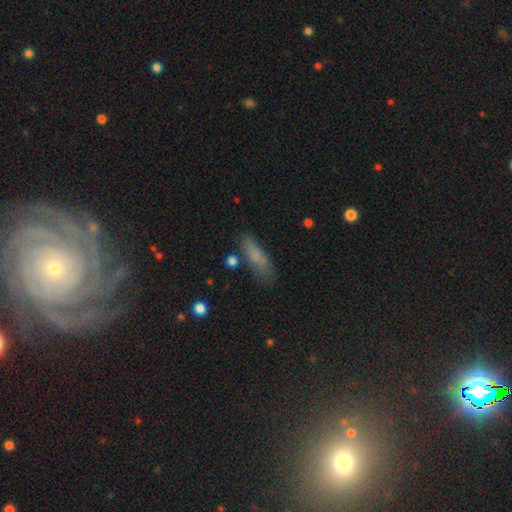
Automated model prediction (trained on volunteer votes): A smooth galaxy with no disk features (76%) that is cigar-shaped (51%).

Vote fractions:
- Smooth or featured? smooth: 76% / featured or disk: 15% / star or artifact: 9%
- How rounded? cigar-shaped: 51% / in between: 46% / round: 3%
- Merging? none: 66% / minor disturbance: 22% / major disturbance: 8% / merger: 4%